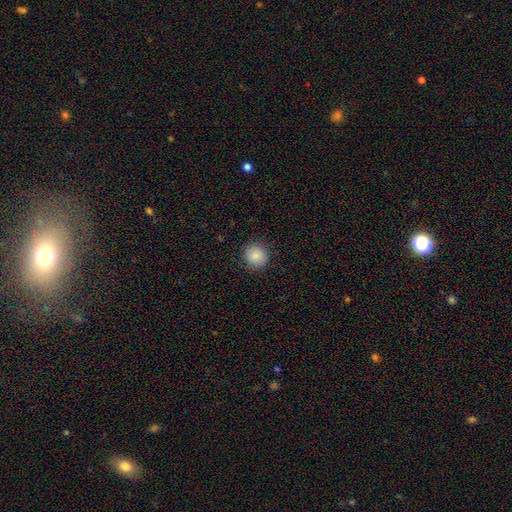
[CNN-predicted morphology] The model was most divided on "smooth or featured": smooth: 87%, star or artifact: 8%, featured or disk: 4%. More confident: how rounded — round (90%); merging — none (88%).